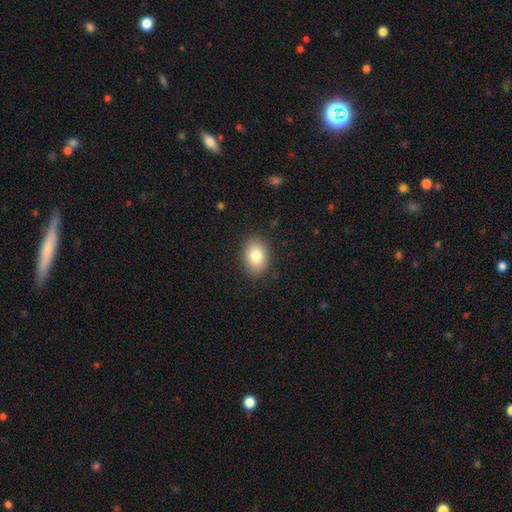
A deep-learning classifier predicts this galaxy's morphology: smooth-or-featured: smooth: 83% | featured or disk: 9% | star or artifact: 8%
  how-rounded: in between: 75% | round: 24% | cigar-shaped: 1%
  merging: none: 88% | minor disturbance: 9% | major disturbance: 2% | merger: 1%